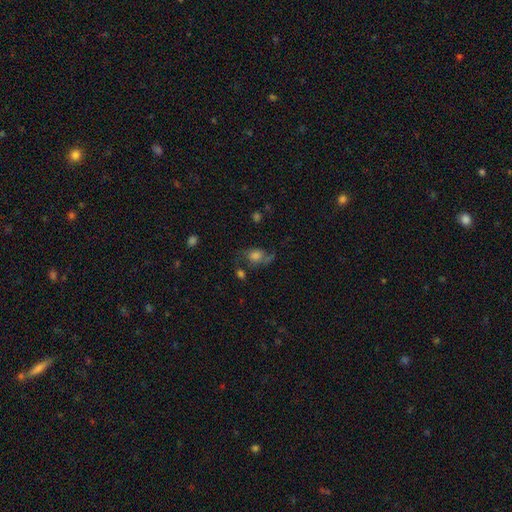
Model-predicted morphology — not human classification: Smooth or featured?
  - smooth: 43% *
  - featured or disk: 40%
  - star or artifact: 17%
Merging?
  - none: 47% *
  - major disturbance: 24%
  - minor disturbance: 22%
  - merger: 7%